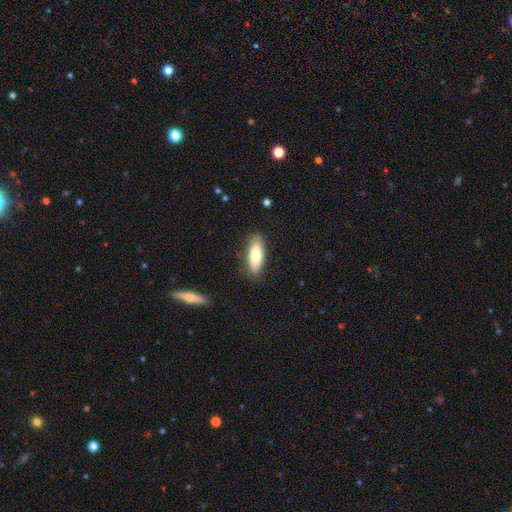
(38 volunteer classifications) Smooth or featured? 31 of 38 (82%) said smooth. How rounded? 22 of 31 (71%) said in between. Merging? 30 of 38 (79%) said none.